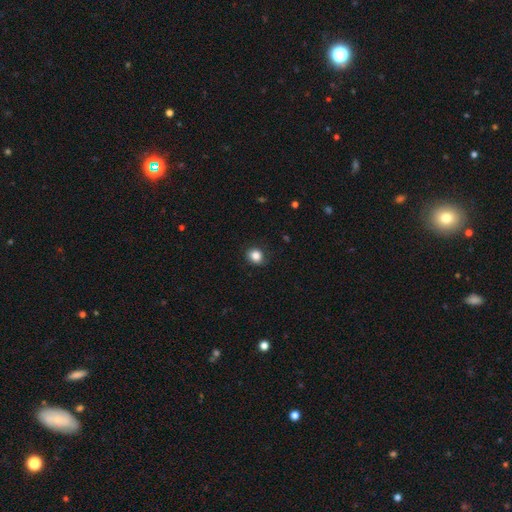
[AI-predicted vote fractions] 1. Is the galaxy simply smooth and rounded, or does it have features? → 85% smooth, 10% star or artifact, 5% featured or disk.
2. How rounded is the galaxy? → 69% round, 30% in between, 1% cigar-shaped.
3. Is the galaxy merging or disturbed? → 86% none, 11% minor disturbance, 3% major disturbance, 1% merger.